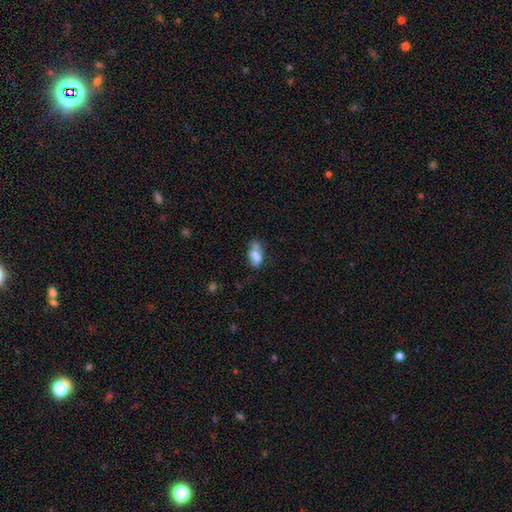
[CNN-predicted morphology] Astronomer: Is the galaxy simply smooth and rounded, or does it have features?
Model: smooth — 66%.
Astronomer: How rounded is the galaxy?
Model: in between — 83%.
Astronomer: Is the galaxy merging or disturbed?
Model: merger — 37% (runner-up: none, 32%).